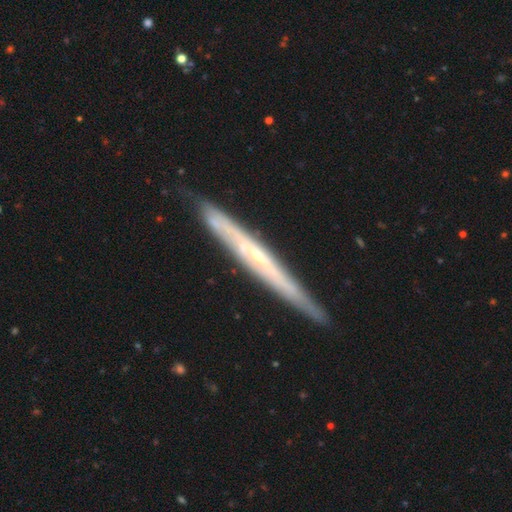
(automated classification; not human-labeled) smooth-or-featured: featured or disk: 74% | smooth: 20% | star or artifact: 6%
  disk-edge-on: yes: 89% | no: 11%
    edge-on-bulge: none: 57% | rounded: 39% | boxy: 4%
  merging: none: 84% | minor disturbance: 13% | major disturbance: 2% | merger: 1%